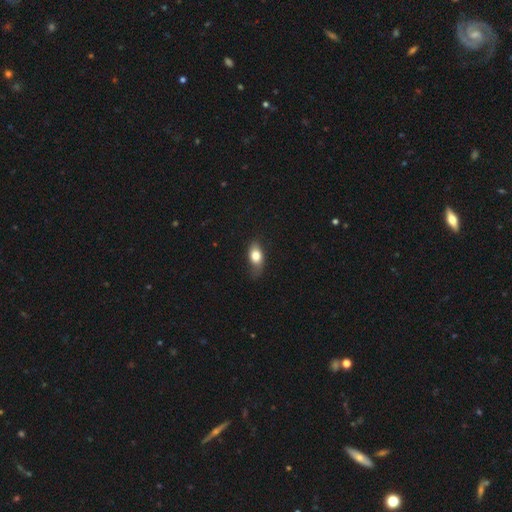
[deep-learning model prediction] Smooth or featured: smooth — 77% (featured or disk — 16%)
How rounded: in between — 84% (round — 11%)
Merging: none — 63% (minor disturbance — 28%)